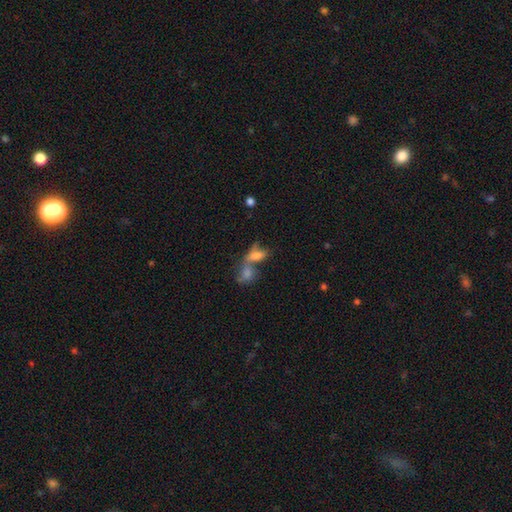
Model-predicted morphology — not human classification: Smooth or featured? smooth (67%)
How rounded? in between (79%)
Merging? merger (63%)